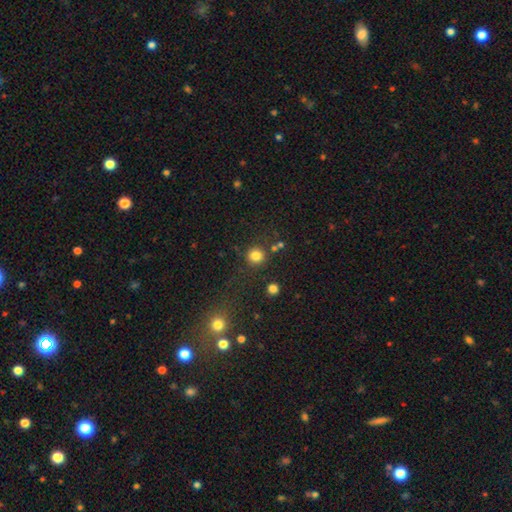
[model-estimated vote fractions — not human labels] smooth-or-featured: smooth: 82% | star or artifact: 13% | featured or disk: 5%
  how-rounded: round: 93% | in between: 7% | cigar-shaped: 1%
  merging: none: 82% | minor disturbance: 8% | merger: 6% | major disturbance: 4%